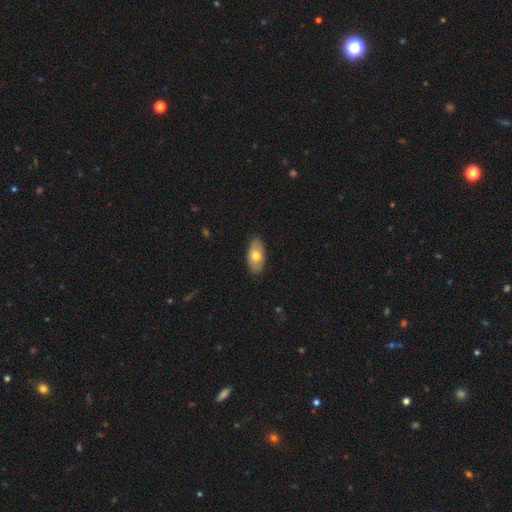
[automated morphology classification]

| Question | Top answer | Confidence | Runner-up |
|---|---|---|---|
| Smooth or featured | smooth | 71% | featured or disk (24%) |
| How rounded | in between | 92% | cigar-shaped (4%) |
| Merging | none | 87% | minor disturbance (10%) |